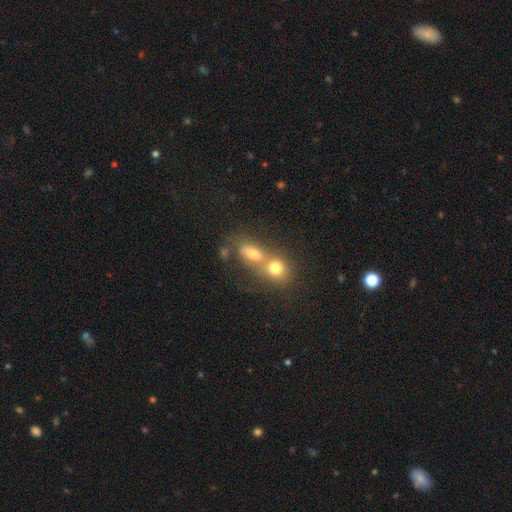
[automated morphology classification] Smooth or featured: smooth — 64% (featured or disk — 20%)
How rounded: in between — 51% (round — 44%)
Merging: merger — 68% (none — 23%)